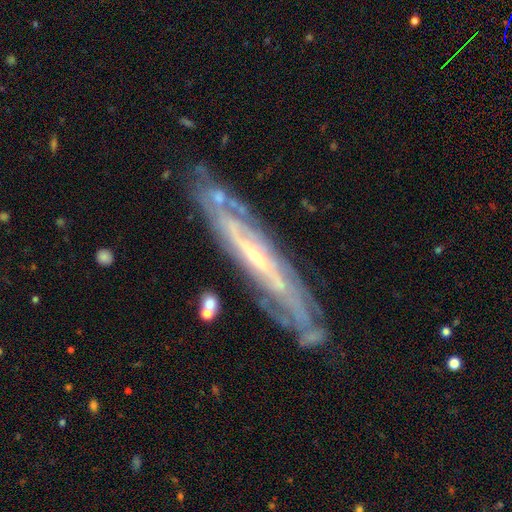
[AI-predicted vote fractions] The model was most divided on "edge-on disk": no: 54%, yes: 46%. More confident: smooth or featured — featured or disk (84%); merging — none (78%).